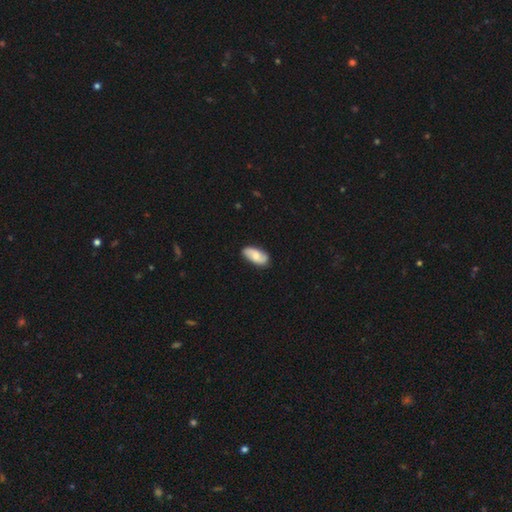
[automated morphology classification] A smooth galaxy with no disk features (64%) that is in between round and cigar-shaped (90%). Merging: none (83%).